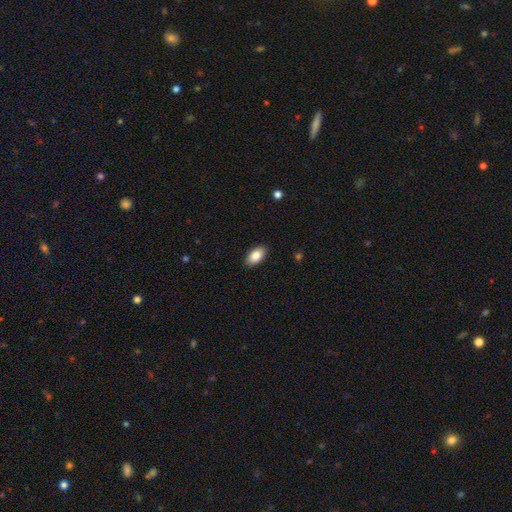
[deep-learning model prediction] This appears to be a smooth galaxy with no disk features (85%) that is in between round and cigar-shaped (94%). Merging: none (89%).